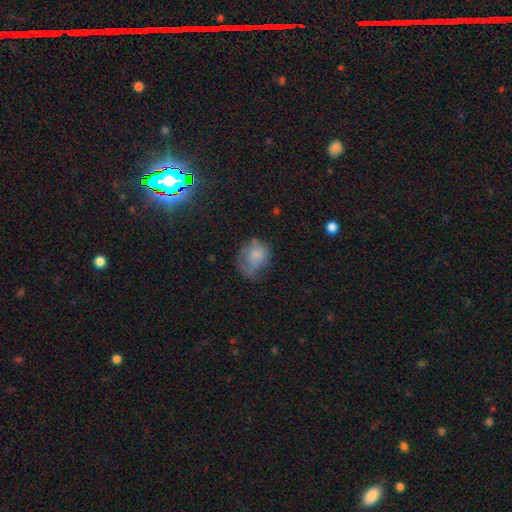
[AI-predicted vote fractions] smooth_or_featured: smooth (p=0.69) [alt: featured or disk p=0.20]
how_rounded: round (p=0.53) [alt: in between p=0.46]
merging: none (p=0.37) [alt: minor disturbance p=0.33]